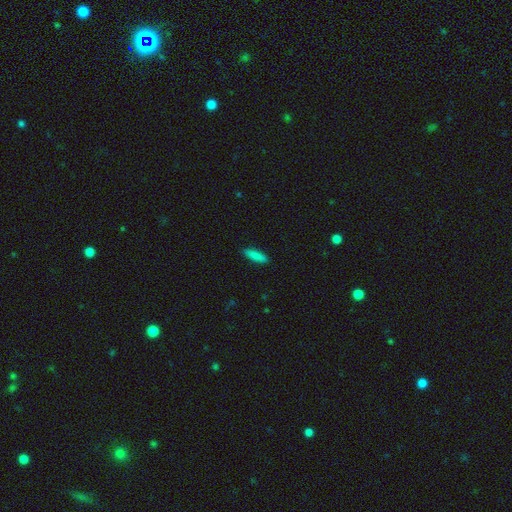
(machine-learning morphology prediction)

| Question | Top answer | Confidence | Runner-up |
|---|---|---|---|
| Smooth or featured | smooth | 88% | star or artifact (7%) |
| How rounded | cigar-shaped | 67% | in between (31%) |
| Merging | none | 89% | minor disturbance (8%) |